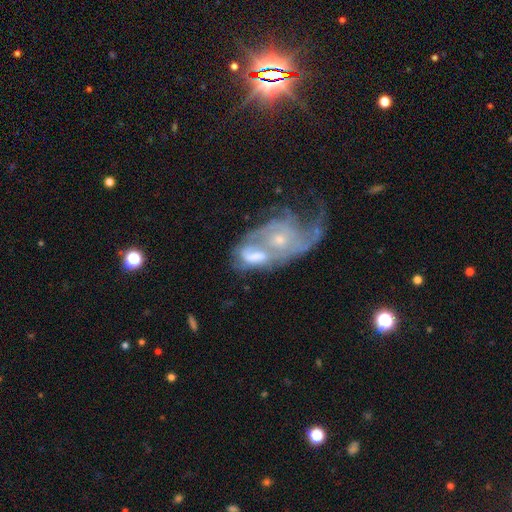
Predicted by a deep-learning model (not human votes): Smooth or featured?
  - featured or disk: 73% *
  - smooth: 19%
  - star or artifact: 8%
Edge-on disk?
  - no: 95% *
  - yes: 5%
Bar?
  - no: 70% *
  - weak: 23%
  - strong: 7%
Spiral arms?
  - yes: 74% *
  - no: 26%
Spiral winding?
  - loose: 36% *
  - medium: 34%
  - tight: 30%
Spiral arm count?
  - can't tell: 36% *
  - 2: 32%
  - 1: 20%
  - 3: 7%
  - 4: 3%
  - more than 4: 3%
Bulge size?
  - small: 56% *
  - moderate: 33%
  - none: 6%
  - large: 4%
  - dominant: 1%
Merging?
  - merger: 60% *
  - major disturbance: 20%
  - none: 12%
  - minor disturbance: 8%